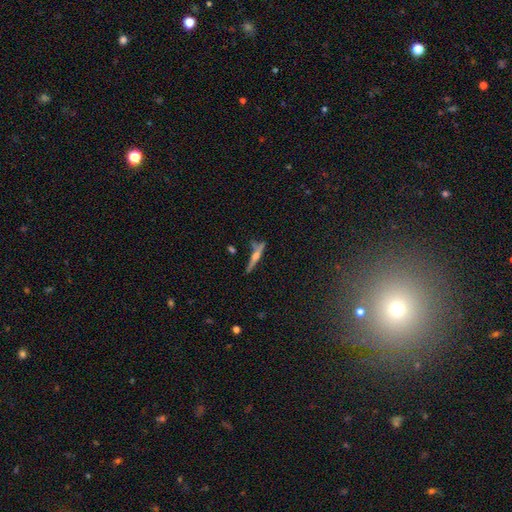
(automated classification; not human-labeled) Overall: featured or disk (64%; smooth 27%). Edge-on disk: yes (96%). Edge-on bulge: rounded (83%). Merging: none (73%).